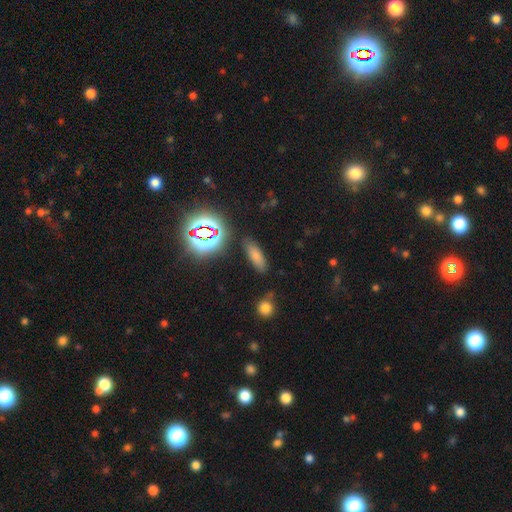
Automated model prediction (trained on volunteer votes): Smooth or featured? Predicted: smooth (p=0.72). How rounded? Predicted: in between (p=0.60). Merging? Predicted: none (p=0.83).